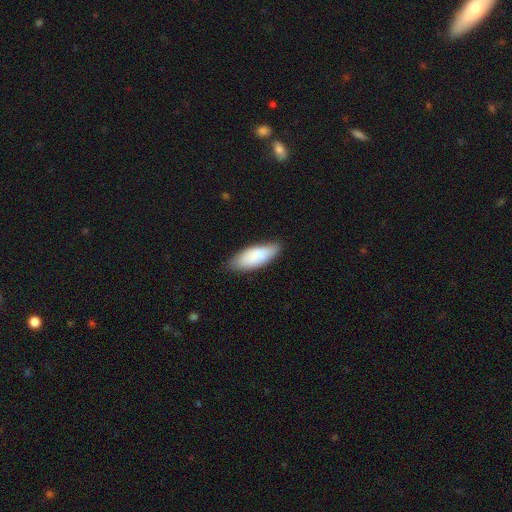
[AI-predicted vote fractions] This is clearly a smooth galaxy (85%). How rounded: likely in between (75%). Merging: likely none (79%).